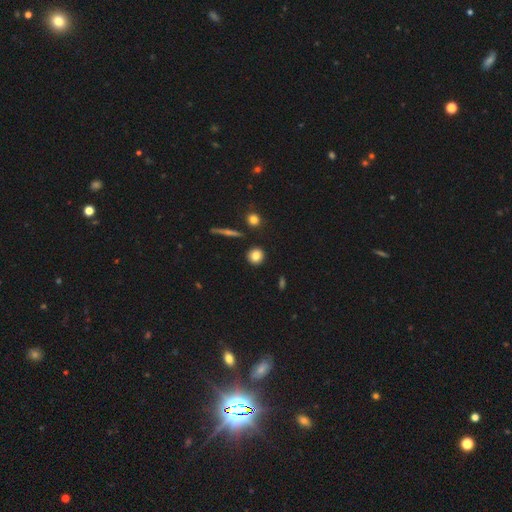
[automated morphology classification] Smooth or featured? smooth (82%)
How rounded? round (88%)
Merging? none (89%)